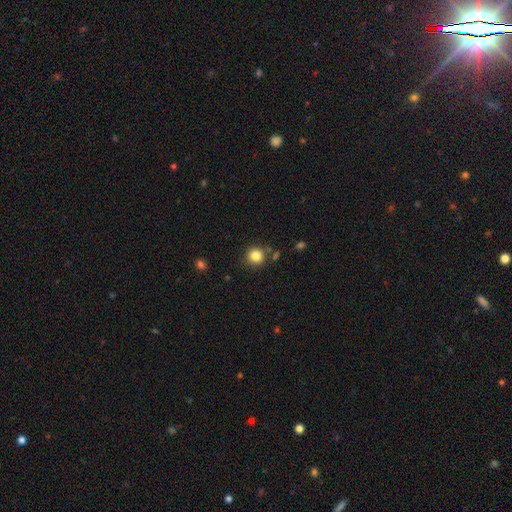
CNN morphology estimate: Smooth or featured?
  - smooth: 84% *
  - star or artifact: 11%
  - featured or disk: 5%
How rounded?
  - round: 91% *
  - in between: 8%
  - cigar-shaped: 1%
Merging?
  - none: 82% *
  - minor disturbance: 9%
  - merger: 6%
  - major disturbance: 3%